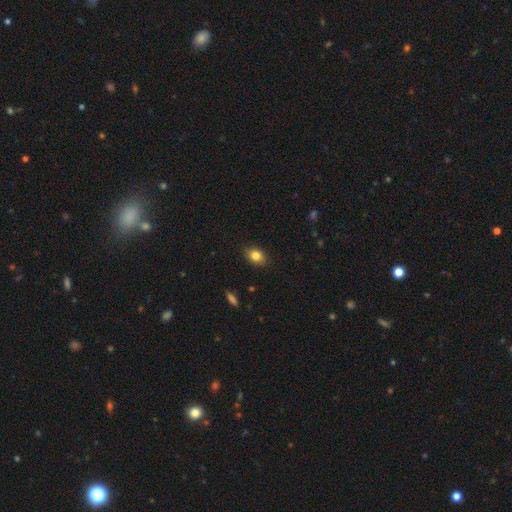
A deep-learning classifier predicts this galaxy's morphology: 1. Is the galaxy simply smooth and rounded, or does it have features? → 83% smooth, 9% star or artifact, 7% featured or disk.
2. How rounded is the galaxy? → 76% in between, 23% round, 2% cigar-shaped.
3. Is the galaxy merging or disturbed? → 87% none, 10% minor disturbance, 2% major disturbance, 1% merger.